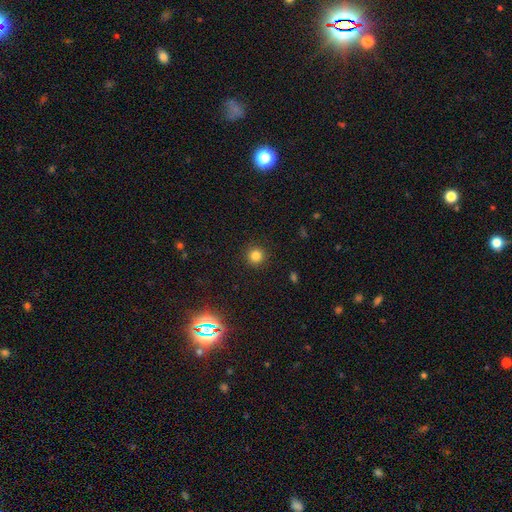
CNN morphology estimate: A smooth galaxy with no disk features (81%) that is round (95%). Merging: none (91%).